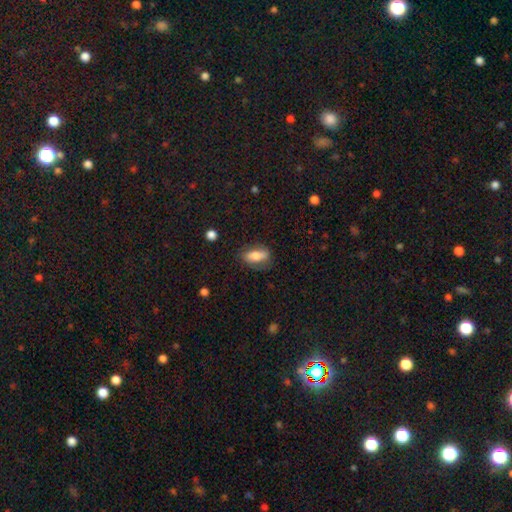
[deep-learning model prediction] smooth-or-featured: smooth: 66% | featured or disk: 26% | star or artifact: 8%
  how-rounded: in between: 78% | cigar-shaped: 16% | round: 6%
  merging: none: 71% | minor disturbance: 20% | major disturbance: 8% | merger: 2%